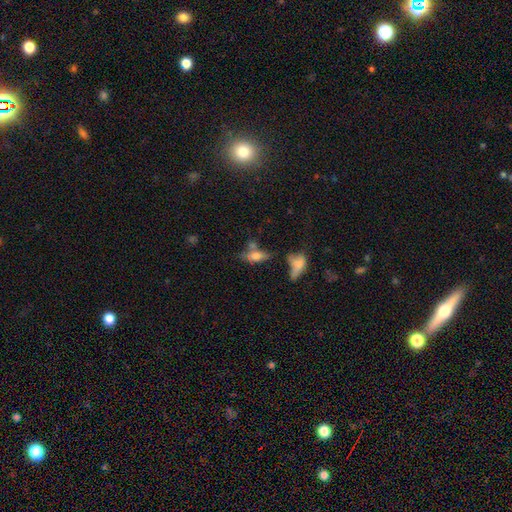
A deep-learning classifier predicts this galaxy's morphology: Smooth or featured? Predicted: smooth (p=0.61). How rounded? Predicted: in between (p=0.70). Merging? Predicted: none (p=0.43).